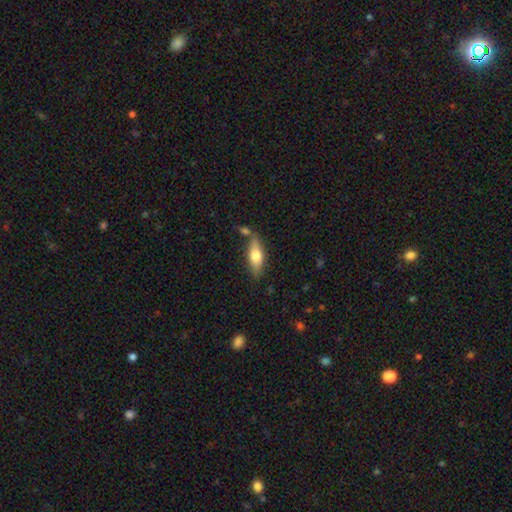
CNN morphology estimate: smooth_or_featured: smooth (p=0.64) [alt: featured or disk p=0.30]
how_rounded: in between (p=0.66) [alt: cigar-shaped p=0.31]
merging: none (p=0.69) [alt: minor disturbance p=0.16]